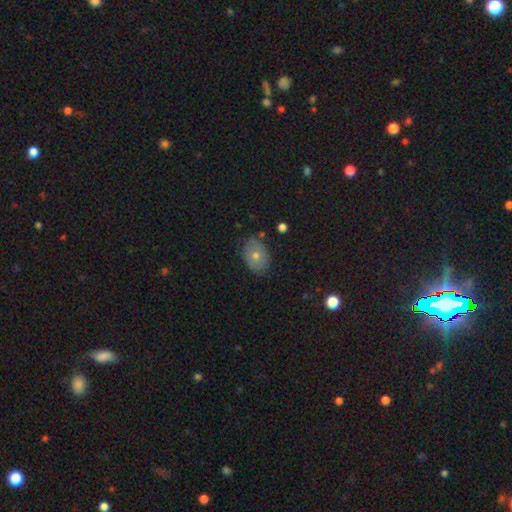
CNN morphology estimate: A smooth galaxy with no disk features (66%) that is in between round and cigar-shaped (78%). Merging: none (82%).